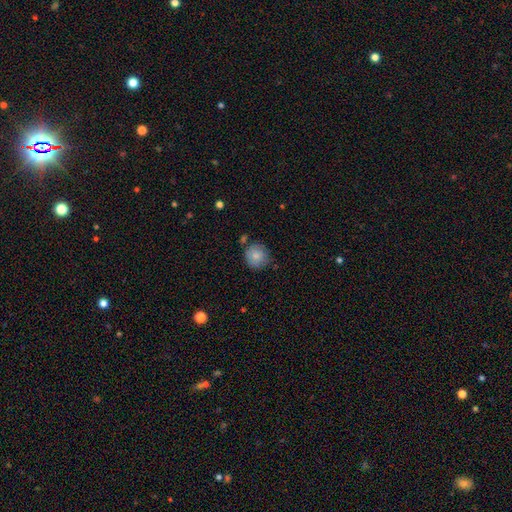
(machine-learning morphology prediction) This appears to be a smooth galaxy with no disk features (83%) that is round (91%). Merging: none (77%).